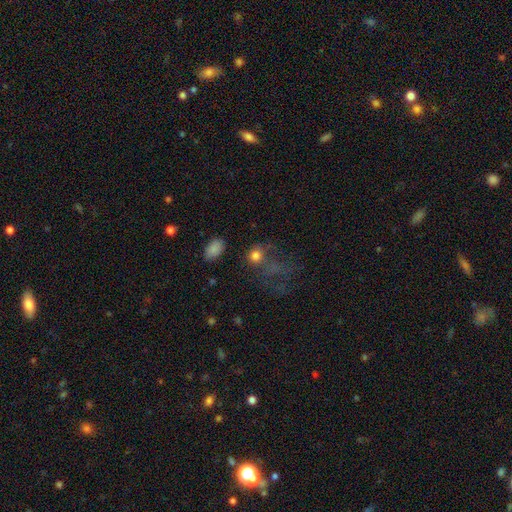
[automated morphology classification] Q: Smooth or featured?
A: smooth (77%); runner-up: star or artifact (14%)
Q: How rounded?
A: round (74%); runner-up: in between (25%)
Q: Merging?
A: none (53%); runner-up: major disturbance (20%)